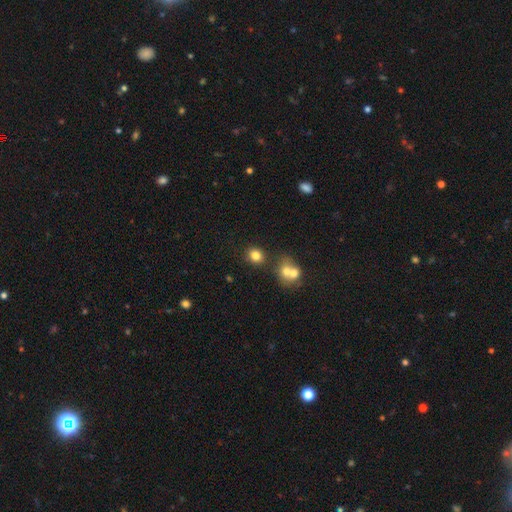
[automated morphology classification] smooth_or_featured: smooth (p=0.80) [alt: star or artifact p=0.12]
how_rounded: round (p=0.74) [alt: in between p=0.25]
merging: none (p=0.75) [alt: merger p=0.13]